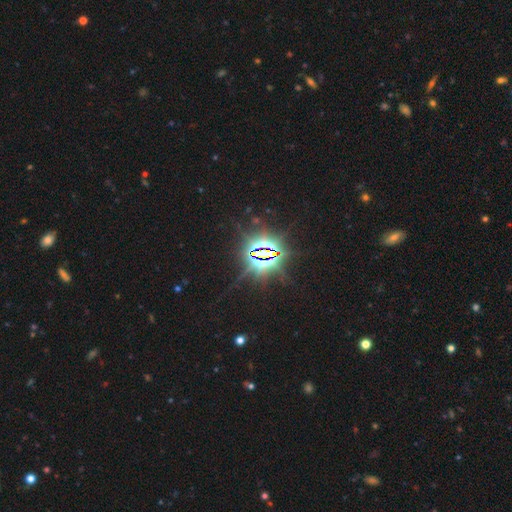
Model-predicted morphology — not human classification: Smooth or featured? star or artifact (86%)